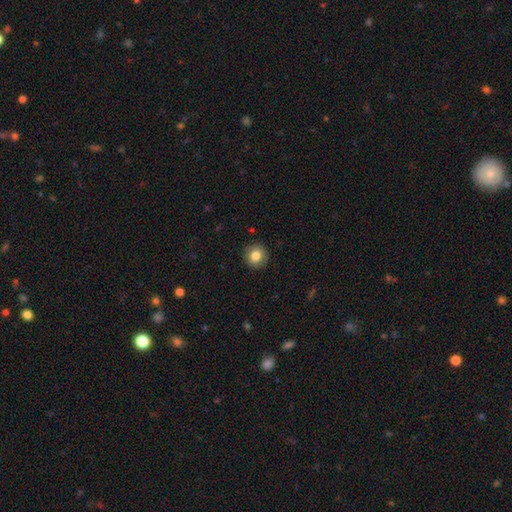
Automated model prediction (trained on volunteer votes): The model was most divided on "smooth or featured": smooth: 82%, featured or disk: 9%, star or artifact: 9%. More confident: how rounded — round (90%); merging — none (90%).